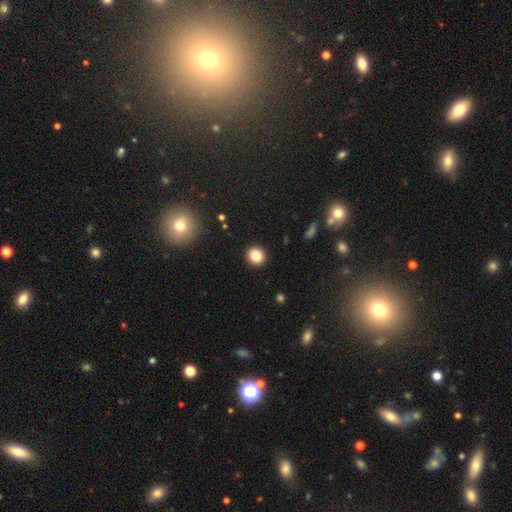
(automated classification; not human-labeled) Smooth or featured? Predicted: smooth (p=0.84). How rounded? Predicted: round (p=0.86). Merging? Predicted: none (p=0.92).